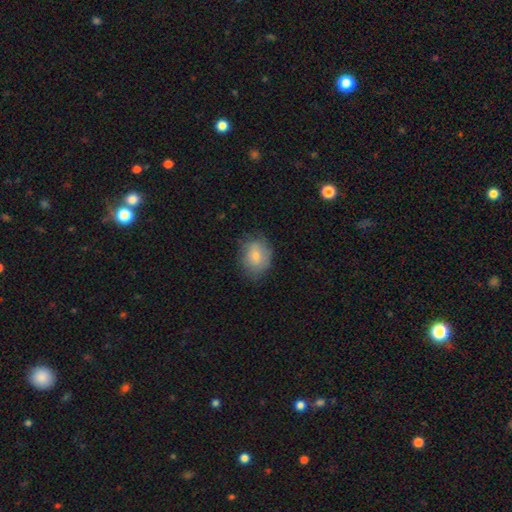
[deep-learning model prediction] The model was most divided on "how rounded": in between: 51%, round: 48%, cigar-shaped: 1%. More confident: merging — none (75%); smooth or featured — smooth (74%).